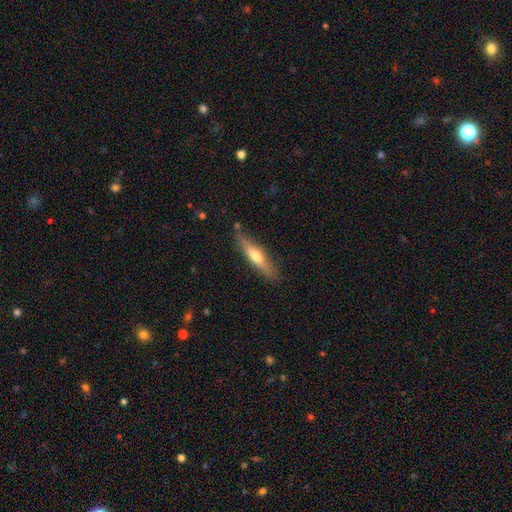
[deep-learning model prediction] Morphology: type=smooth (51%); roundness=cigar-shaped (81%); merging=none (80%).